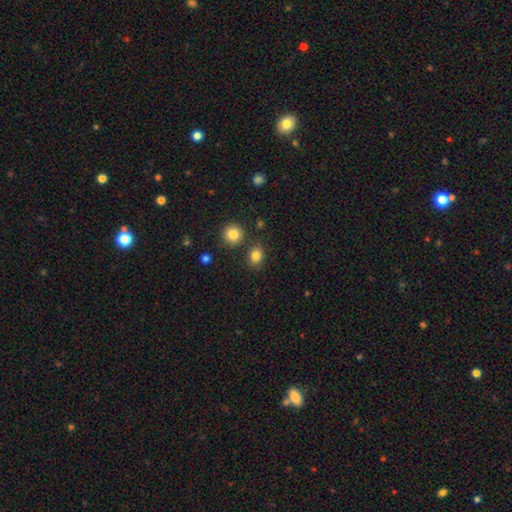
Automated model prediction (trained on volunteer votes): Smooth or featured?
  - smooth: 82% *
  - star or artifact: 12%
  - featured or disk: 6%
How rounded?
  - round: 52% *
  - in between: 47%
  - cigar-shaped: 1%
Merging?
  - none: 79% *
  - minor disturbance: 11%
  - merger: 7%
  - major disturbance: 3%